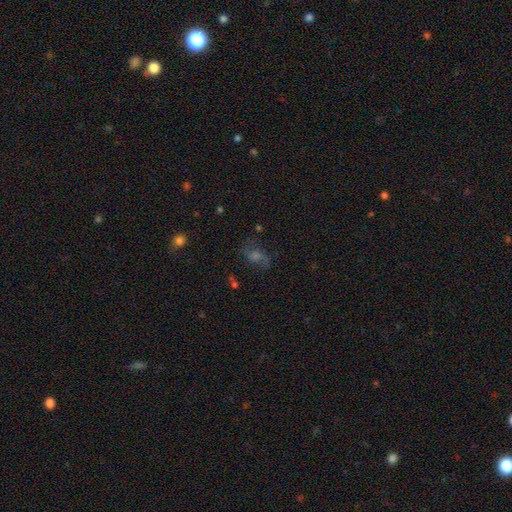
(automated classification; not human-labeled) The model was most divided on "smooth or featured": featured or disk: 52%, star or artifact: 25%, smooth: 23%. More confident: edge-on disk — no (95%); merging — none (69%).